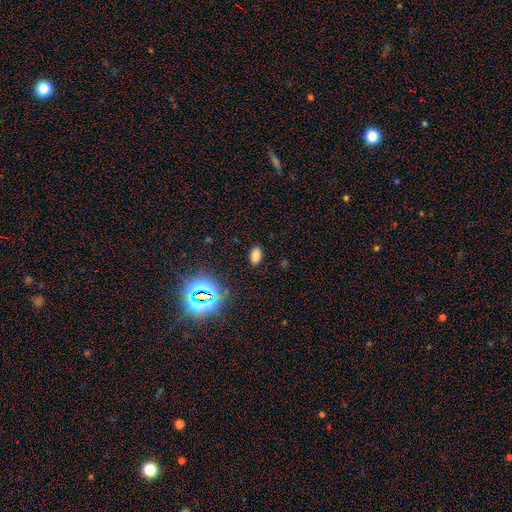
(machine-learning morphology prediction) This is likely a smooth galaxy (75%). How rounded: clearly in between (91%). Merging: clearly none (87%).